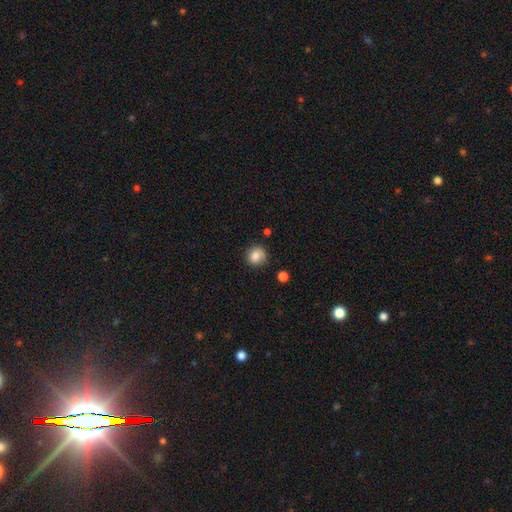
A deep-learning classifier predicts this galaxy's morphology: A smooth galaxy with no disk features (83%) that is round (84%). Merging: none (75%).